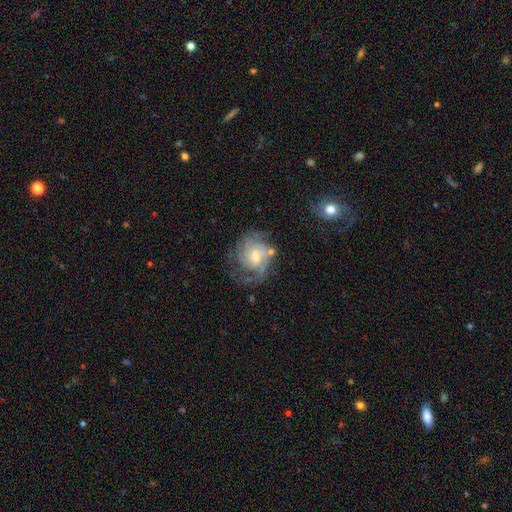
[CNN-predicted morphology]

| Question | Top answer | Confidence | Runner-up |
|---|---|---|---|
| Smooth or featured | featured or disk | 81% | smooth (13%) |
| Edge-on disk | no | 98% | yes (2%) |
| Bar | no | 53% | weak (41%) |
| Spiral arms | yes | 93% | no (7%) |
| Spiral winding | tight | 49% | medium (39%) |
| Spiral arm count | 2 | 34% | can't tell (29%) |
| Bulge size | moderate | 46% | small (43%) |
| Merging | none | 56% | minor disturbance (21%) |